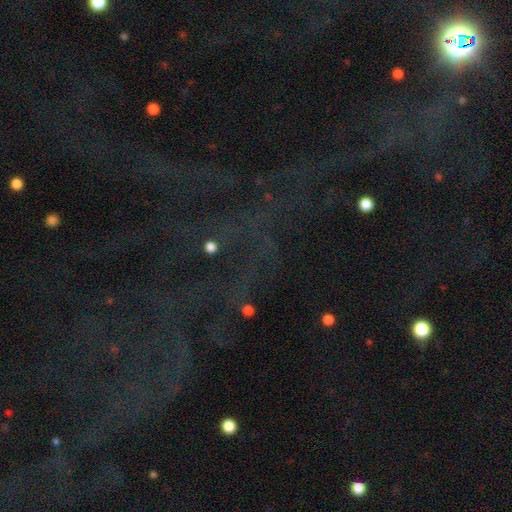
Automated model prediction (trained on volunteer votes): Overall: star or artifact (77%).